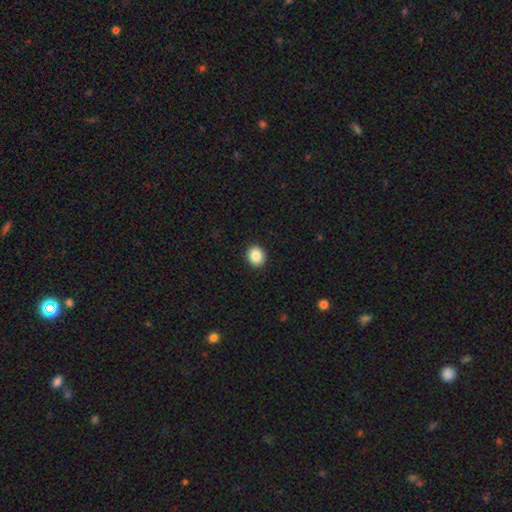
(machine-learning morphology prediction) Q: Smooth or featured?
A: smooth (86%); runner-up: star or artifact (9%)
Q: How rounded?
A: round (67%); runner-up: in between (32%)
Q: Merging?
A: none (92%); runner-up: minor disturbance (5%)